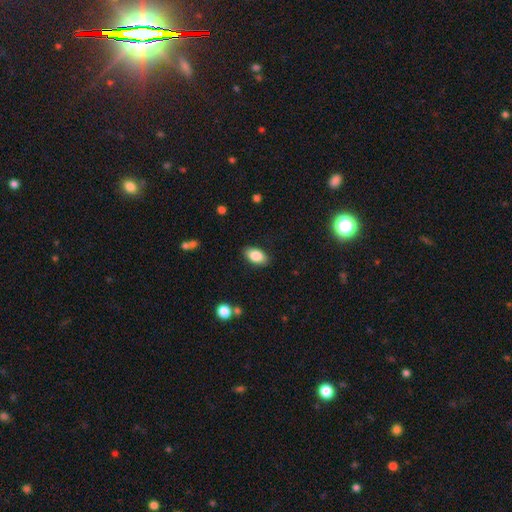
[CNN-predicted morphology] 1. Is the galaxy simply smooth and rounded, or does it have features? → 86% smooth, 7% featured or disk, 7% star or artifact.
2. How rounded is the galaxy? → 93% in between, 5% round, 2% cigar-shaped.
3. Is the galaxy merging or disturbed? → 86% none, 10% minor disturbance, 2% major disturbance, 1% merger.